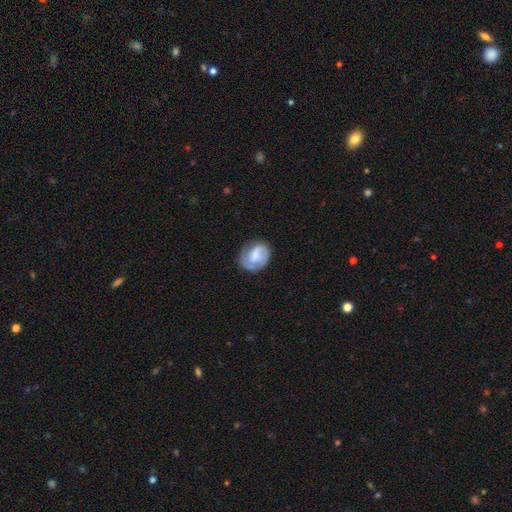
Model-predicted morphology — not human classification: The model was most divided on "bulge size": moderate: 42%, small: 32%, none: 12%, large: 12%, dominant: 2%. More confident: edge-on disk — no (97%); spiral arms — yes (83%); merging — none (67%); bar — no (54%); smooth or featured — featured or disk (53%).